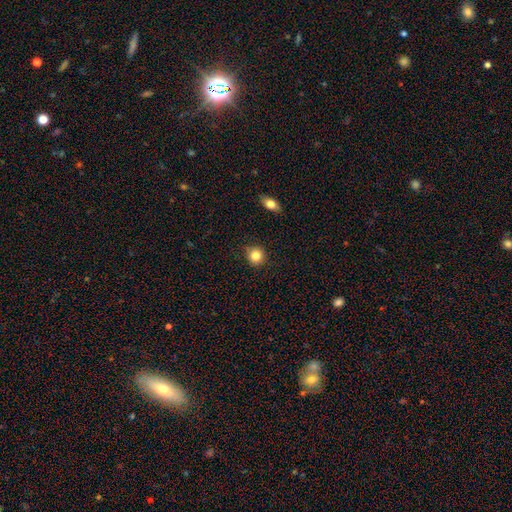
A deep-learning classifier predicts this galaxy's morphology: smooth-or-featured: smooth: 83% | star or artifact: 11% | featured or disk: 6%
  how-rounded: round: 91% | in between: 8% | cigar-shaped: 1%
  merging: none: 86% | minor disturbance: 10% | major disturbance: 2% | merger: 2%